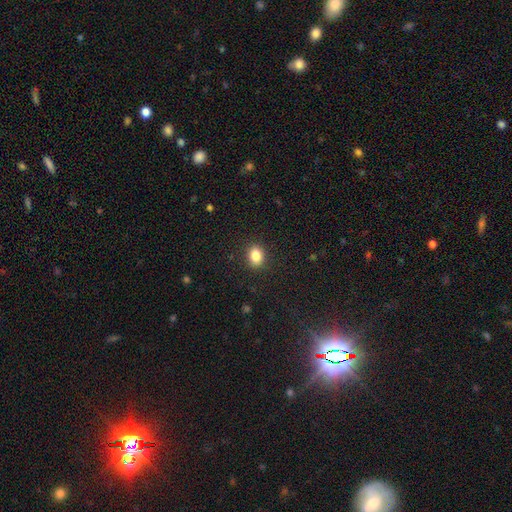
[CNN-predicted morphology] Q: Smooth or featured?
A: smooth (85%); runner-up: star or artifact (10%)
Q: How rounded?
A: in between (63%); runner-up: round (36%)
Q: Merging?
A: none (89%); runner-up: minor disturbance (8%)